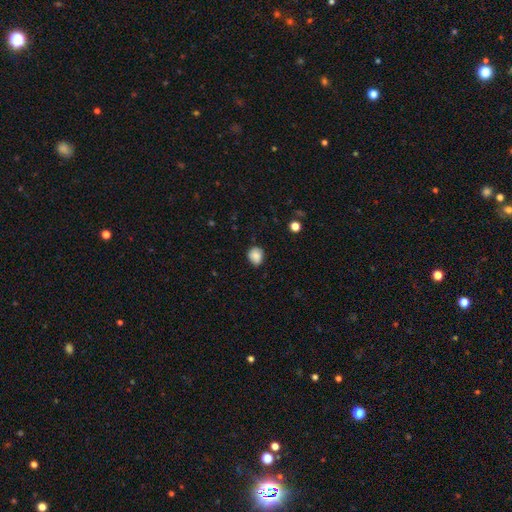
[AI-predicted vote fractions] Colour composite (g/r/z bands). It shows a smooth galaxy with no disk features (86%) that is round (63%). Merging: none (72%).